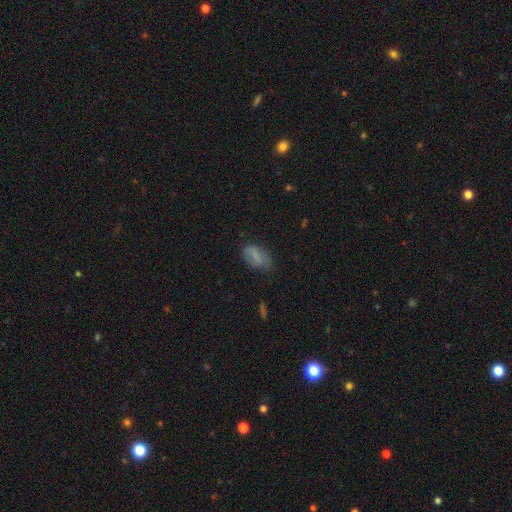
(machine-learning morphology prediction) Q: Smooth or featured?
A: smooth (72%); runner-up: featured or disk (19%)
Q: How rounded?
A: in between (89%); runner-up: round (8%)
Q: Merging?
A: none (61%); runner-up: minor disturbance (28%)